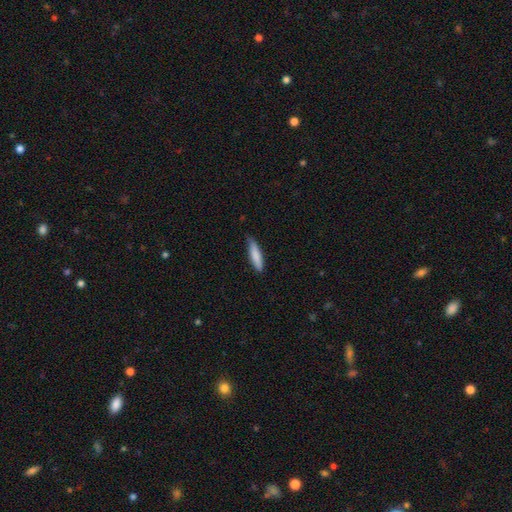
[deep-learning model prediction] Morphology: type=smooth (84%); roundness=cigar-shaped (81%); merging=none (77%).